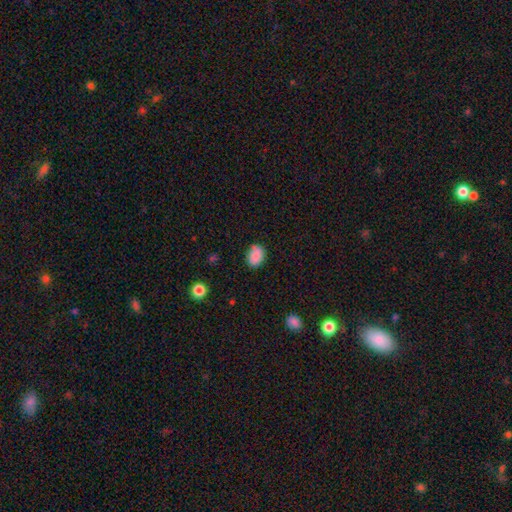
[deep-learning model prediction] This is clearly a smooth galaxy (85%). How rounded: likely in between (74%). Merging: likely none (75%).